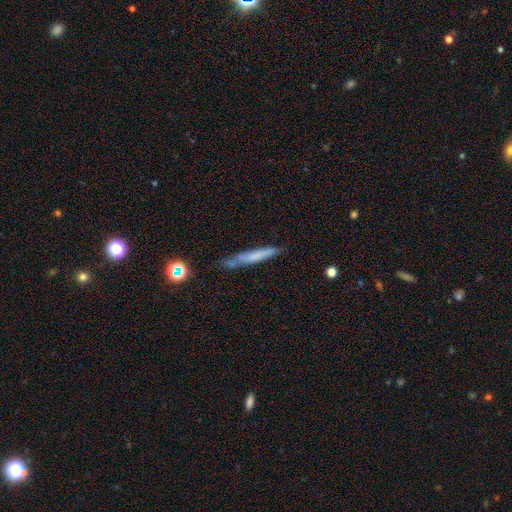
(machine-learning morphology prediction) A smooth galaxy with no disk features (61%) that is cigar-shaped (93%). Merging: none (65%).